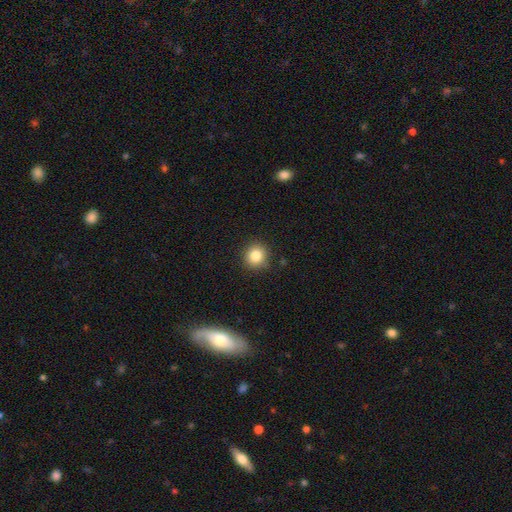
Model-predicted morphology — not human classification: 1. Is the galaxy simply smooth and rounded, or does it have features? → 83% smooth, 11% star or artifact, 6% featured or disk.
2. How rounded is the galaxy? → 90% round, 9% in between, 1% cigar-shaped.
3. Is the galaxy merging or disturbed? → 89% none, 8% minor disturbance, 2% major disturbance, 1% merger.